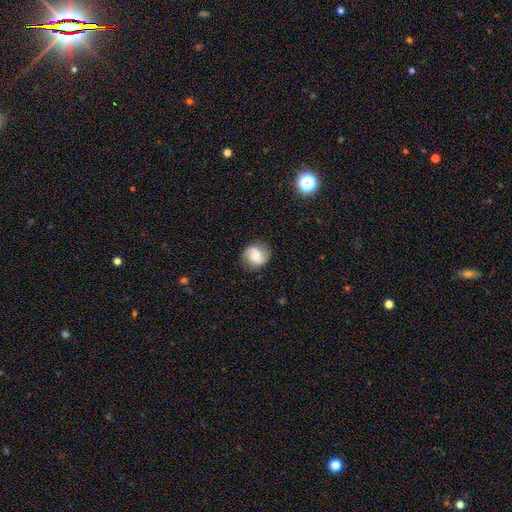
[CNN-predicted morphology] The model was most divided on "smooth or featured": featured or disk: 47%, smooth: 44%, star or artifact: 9%. More confident: merging — none (78%).